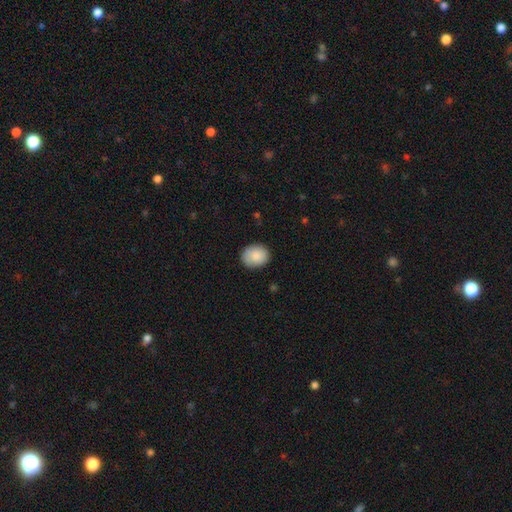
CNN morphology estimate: Smooth or featured: smooth — 87% (star or artifact — 7%)
How rounded: round — 54% (in between — 45%)
Merging: none — 82% (minor disturbance — 14%)